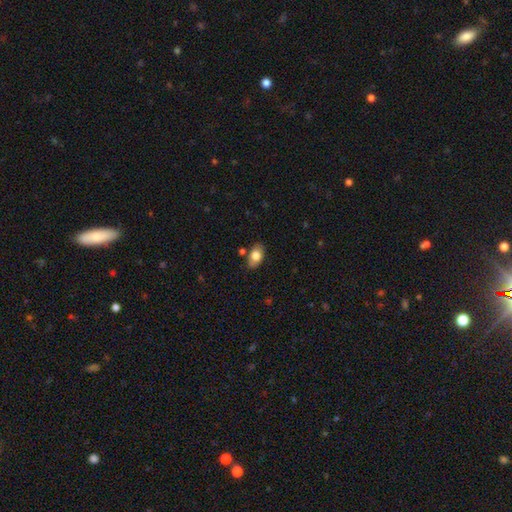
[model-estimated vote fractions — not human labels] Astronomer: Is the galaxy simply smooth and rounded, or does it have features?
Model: smooth — 79%.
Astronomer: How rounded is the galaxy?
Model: in between — 90%.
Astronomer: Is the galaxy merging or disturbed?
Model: none — 77%.